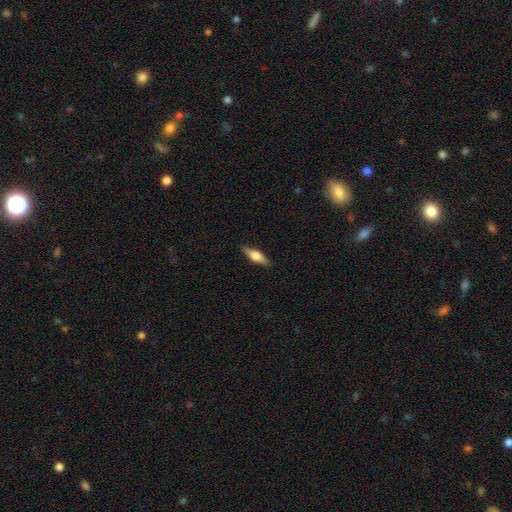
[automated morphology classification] Smooth or featured?
  - smooth: 51% *
  - featured or disk: 42%
  - star or artifact: 6%
How rounded?
  - in between: 49% *
  - cigar-shaped: 48%
  - round: 3%
Merging?
  - none: 88% *
  - minor disturbance: 9%
  - major disturbance: 2%
  - merger: 1%